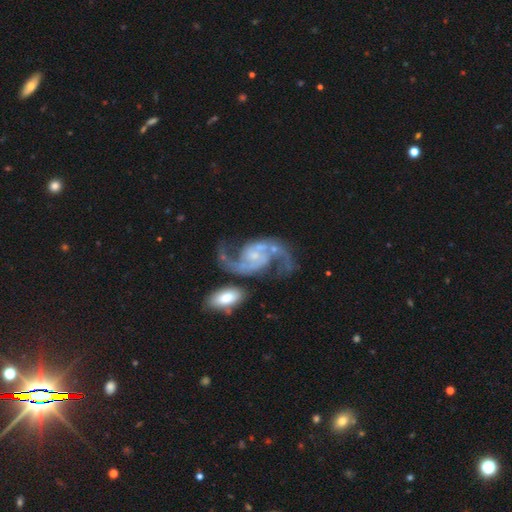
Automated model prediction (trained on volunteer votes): A featured or disk galaxy (92%) with no bar (56%), 2 (94%) loose (50%) spiral arms (98%) and a small central bulge (62%).

Vote fractions:
- Smooth or featured? featured or disk: 92% / star or artifact: 4% / smooth: 3%
- Edge-on disk? no: 98% / yes: 2%
- Bar? no: 56% / weak: 35% / strong: 9%
- Spiral arms? yes: 98% / no: 2%
- Spiral winding? loose: 50% / medium: 42% / tight: 8%
- Spiral arm count? 2: 94% / can't tell: 2% / 1: 1% / 3: 1% / 4: 1% / more than 4: 1%
- Bulge size? small: 62% / moderate: 22% / none: 12% / large: 3% / dominant: 1%
- Merging? none: 58% / minor disturbance: 16% / major disturbance: 13% / merger: 13%